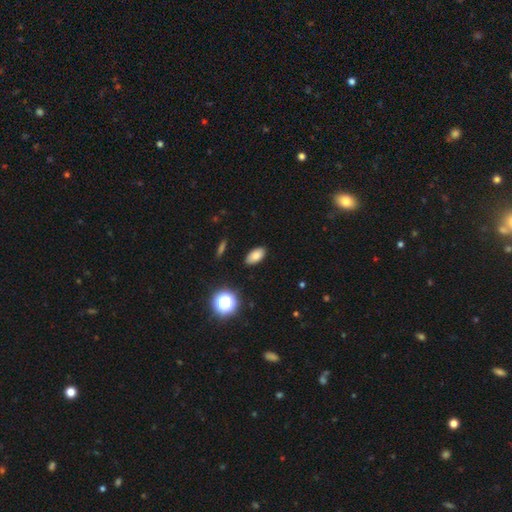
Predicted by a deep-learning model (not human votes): Q: Smooth or featured?
A: smooth (81%); runner-up: star or artifact (12%)
Q: How rounded?
A: in between (91%); runner-up: round (6%)
Q: Merging?
A: none (88%); runner-up: minor disturbance (9%)